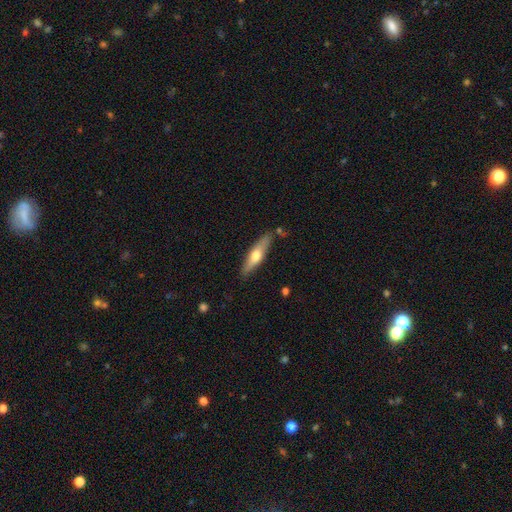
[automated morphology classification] type=smooth (51%); roundness=cigar-shaped (72%); merging=none (81%).